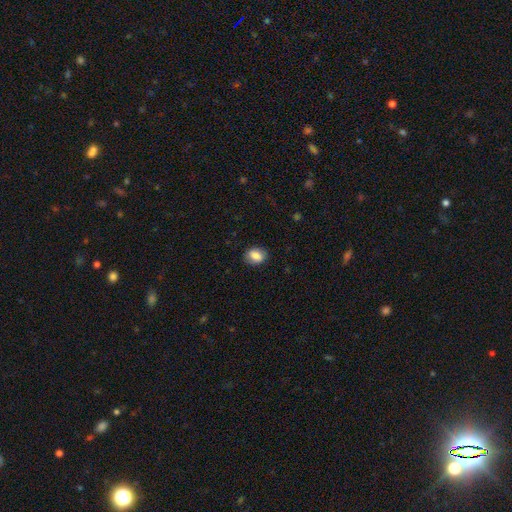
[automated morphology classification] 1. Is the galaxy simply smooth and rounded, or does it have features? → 83% smooth, 9% featured or disk, 8% star or artifact.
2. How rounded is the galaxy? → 66% in between, 33% round, 1% cigar-shaped.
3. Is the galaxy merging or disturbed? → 85% none, 11% minor disturbance, 3% major disturbance, 1% merger.